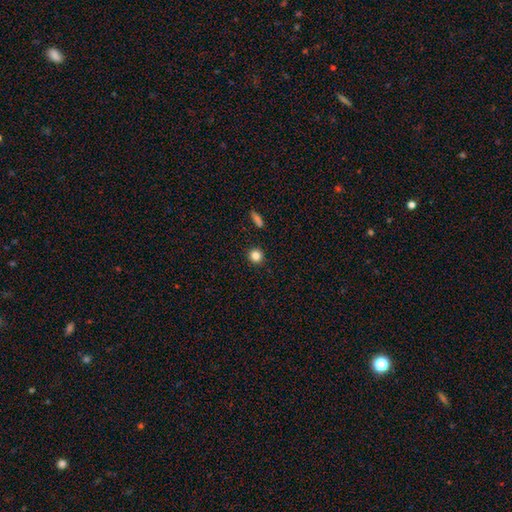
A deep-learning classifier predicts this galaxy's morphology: A smooth galaxy with no disk features (84%) that is round (93%).

Vote fractions:
- Smooth or featured? smooth: 84% / star or artifact: 11% / featured or disk: 5%
- How rounded? round: 93% / in between: 6% / cigar-shaped: 1%
- Merging? none: 92% / minor disturbance: 5% / merger: 2% / major disturbance: 2%